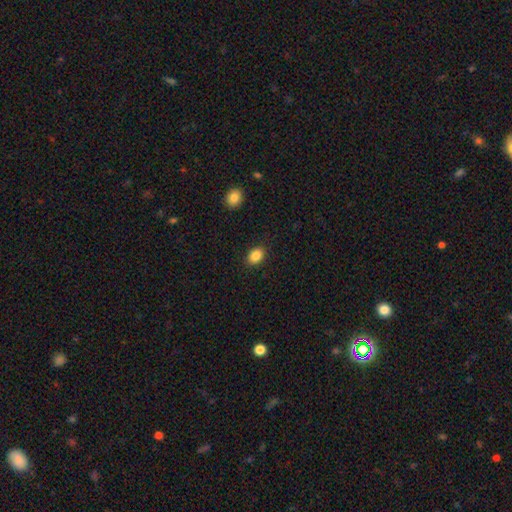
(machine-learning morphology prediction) smooth 86%, star or artifact 9%, featured or disk 5%. Down the decision tree: how rounded — in between (76%); merging — none (88%).